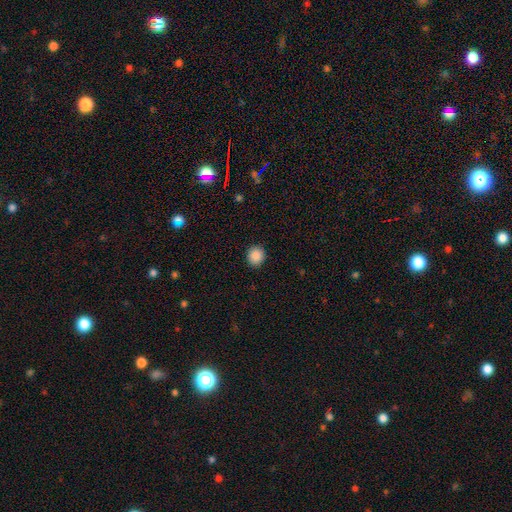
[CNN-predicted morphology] This is clearly a smooth galaxy (88%). How rounded: clearly round (87%). Merging: clearly none (91%).